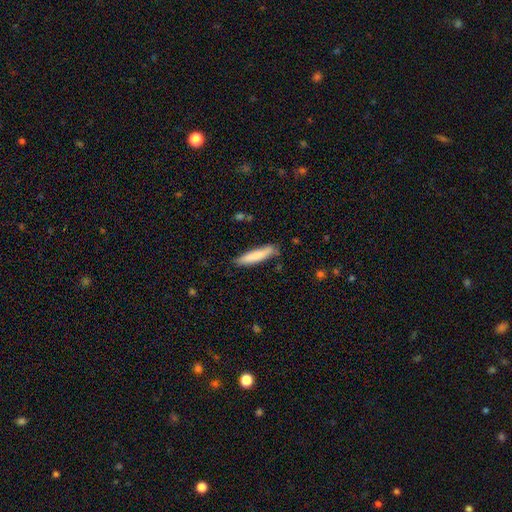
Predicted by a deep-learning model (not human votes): Overall: smooth (79%). How rounded: cigar-shaped (82%). Merging: none (78%).